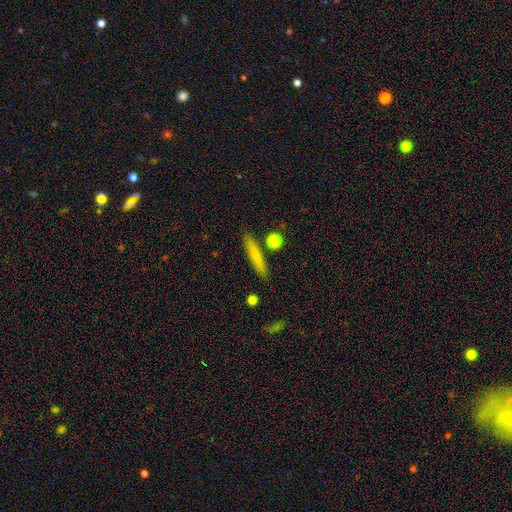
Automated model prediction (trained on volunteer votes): A smooth galaxy with no disk features (72%) that is cigar-shaped (92%).

Vote fractions:
- Smooth or featured? smooth: 72% / featured or disk: 21% / star or artifact: 7%
- How rounded? cigar-shaped: 92% / in between: 6% / round: 2%
- Merging? none: 86% / minor disturbance: 8% / merger: 4% / major disturbance: 2%